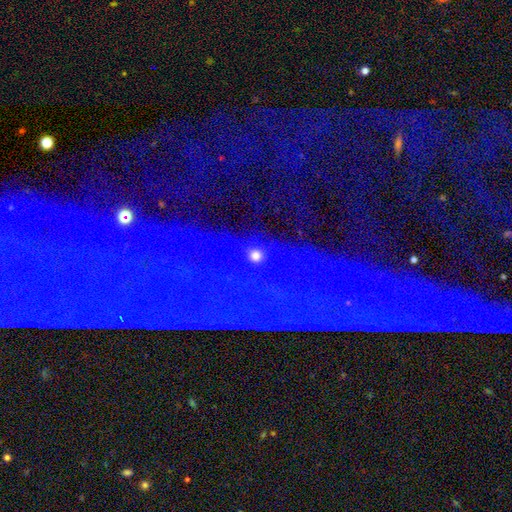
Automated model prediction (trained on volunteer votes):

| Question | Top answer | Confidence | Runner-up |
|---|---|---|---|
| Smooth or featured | star or artifact | 81% | featured or disk (10%) |